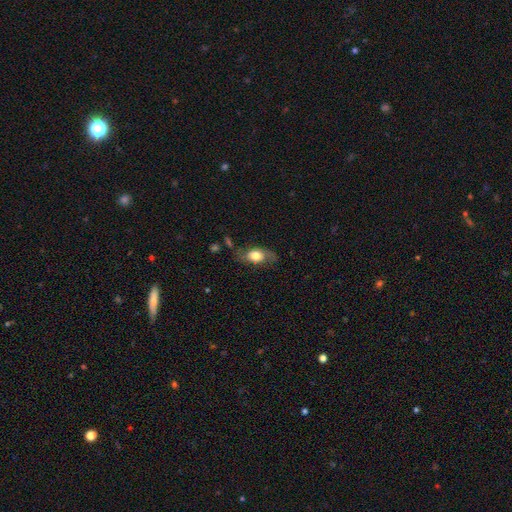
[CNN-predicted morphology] Smooth or featured? smooth (54%)
How rounded? in between (80%)
Merging? none (60%)